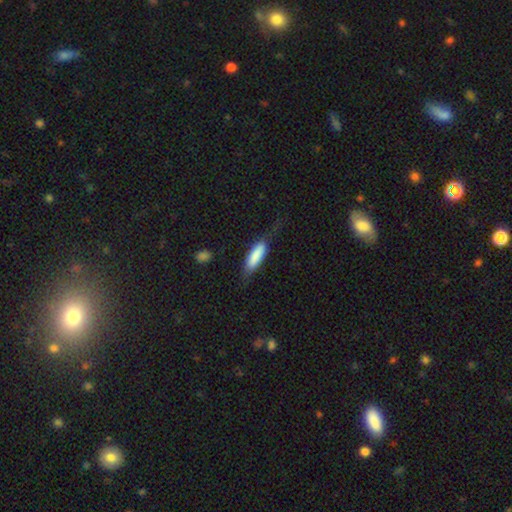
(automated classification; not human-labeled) smooth_or_featured: smooth (p=0.81) [alt: featured or disk p=0.14]
how_rounded: in between (p=0.52) [alt: cigar-shaped p=0.47]
merging: none (p=0.57) [alt: minor disturbance p=0.26]